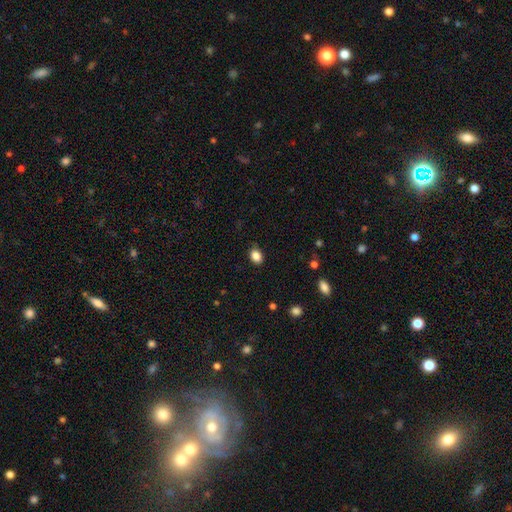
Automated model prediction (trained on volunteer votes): Smooth or featured? Predicted: smooth (p=0.87). How rounded? Predicted: in between (p=0.72). Merging? Predicted: none (p=0.84).